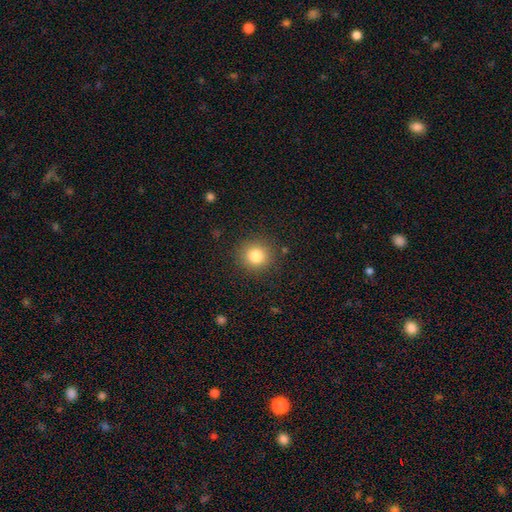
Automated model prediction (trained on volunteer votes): smooth 81%, star or artifact 12%, featured or disk 7%. Down the decision tree: how rounded — round (92%); merging — none (89%).